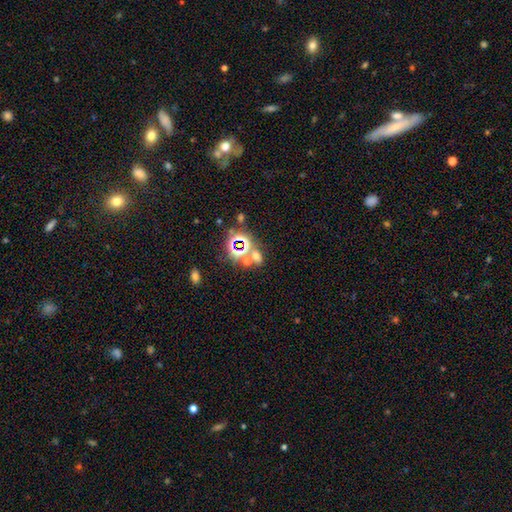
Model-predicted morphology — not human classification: Smooth or featured?
  - star or artifact: 49% *
  - smooth: 41%
  - featured or disk: 10%